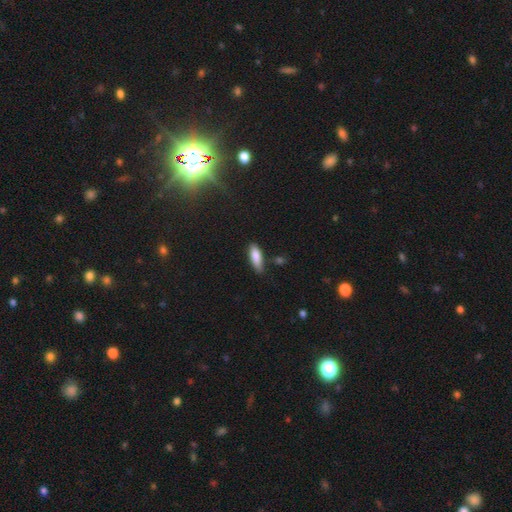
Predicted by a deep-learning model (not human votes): Q: Smooth or featured?
A: smooth (83%); runner-up: featured or disk (11%)
Q: How rounded?
A: in between (58%); runner-up: cigar-shaped (41%)
Q: Merging?
A: none (66%); runner-up: minor disturbance (25%)